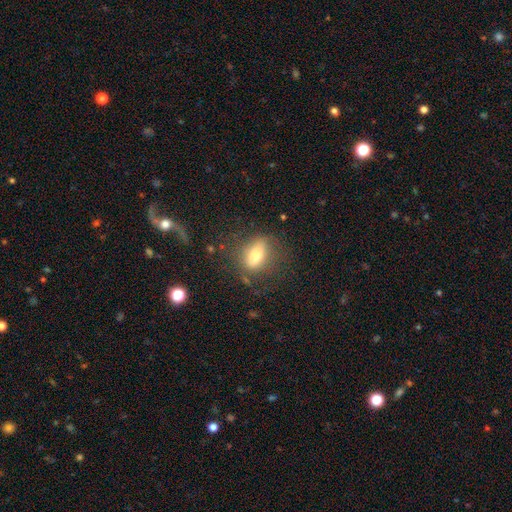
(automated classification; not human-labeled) Overall: smooth (67%). How rounded: in between (78%). Merging: none (61%).